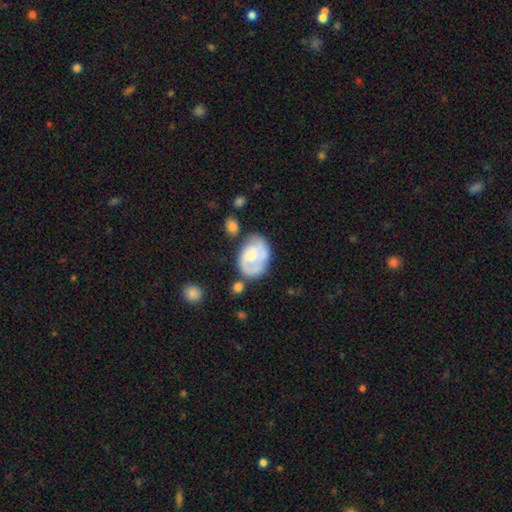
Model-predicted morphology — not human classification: featured or disk 55%, smooth 38%, star or artifact 7%. Down the decision tree: edge-on disk — no (96%); bar — no (70%); spiral arms — yes (58%); bulge size — moderate (55%); merging — none (51%).